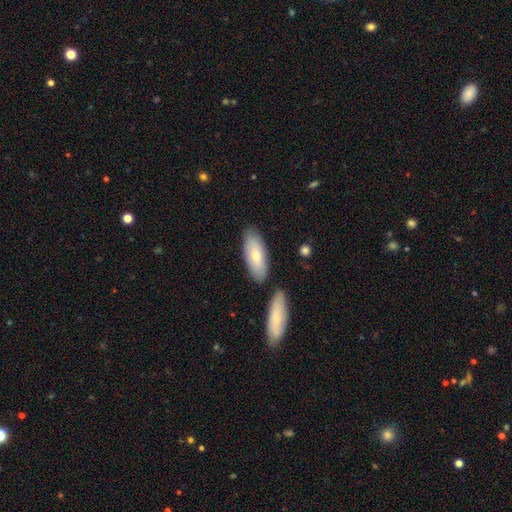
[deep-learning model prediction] Smooth or featured? Predicted: smooth (p=0.71). How rounded? Predicted: in between (p=0.79). Merging? Predicted: none (p=0.77).